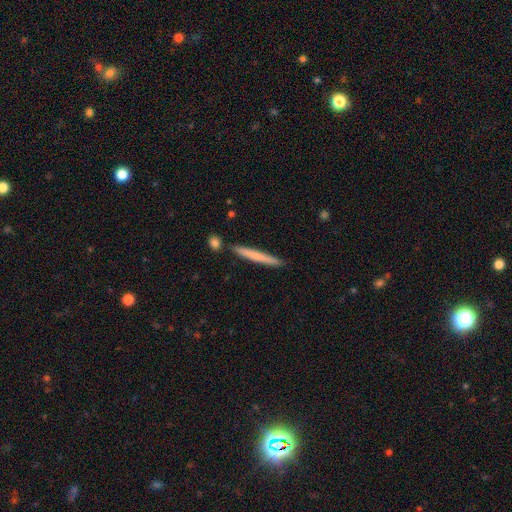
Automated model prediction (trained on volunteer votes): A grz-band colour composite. It shows a smooth galaxy with no disk features (67%) that is cigar-shaped (97%). Merging: none (86%).